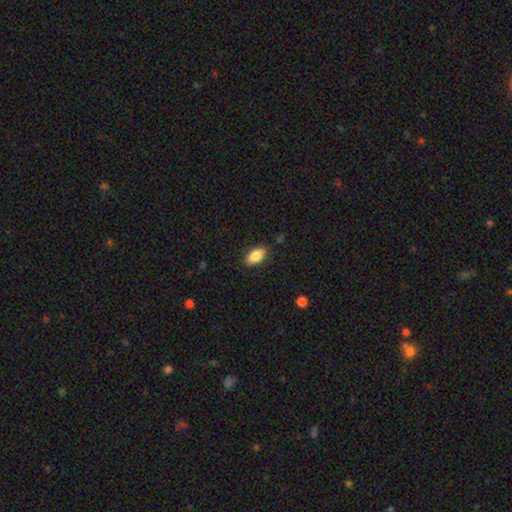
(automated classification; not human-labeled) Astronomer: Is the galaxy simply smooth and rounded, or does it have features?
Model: smooth — 85%.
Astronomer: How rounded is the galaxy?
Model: in between — 91%.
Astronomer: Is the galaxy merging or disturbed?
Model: none — 84%.